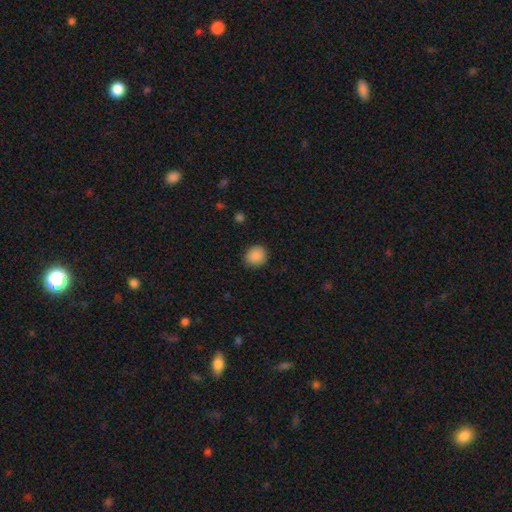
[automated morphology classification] This is clearly a smooth galaxy (89%). How rounded: likely round (79%). Merging: clearly none (88%).